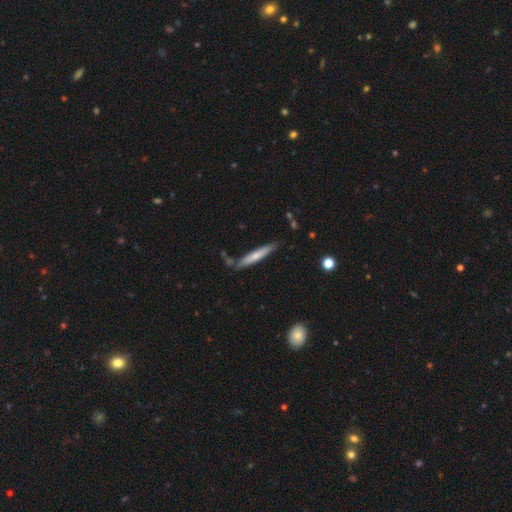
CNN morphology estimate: This appears to be a smooth galaxy with no disk features (59%) that is cigar-shaped (93%). Merging: none (79%).